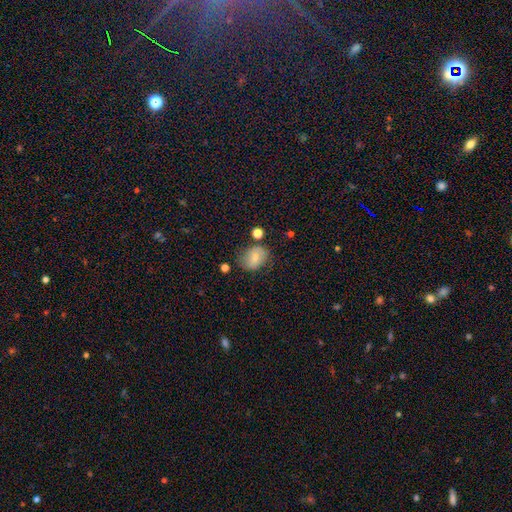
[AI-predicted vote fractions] This appears to be a smooth galaxy with no disk features (69%) that is in between round and cigar-shaped (54%). Merging: none (67%).